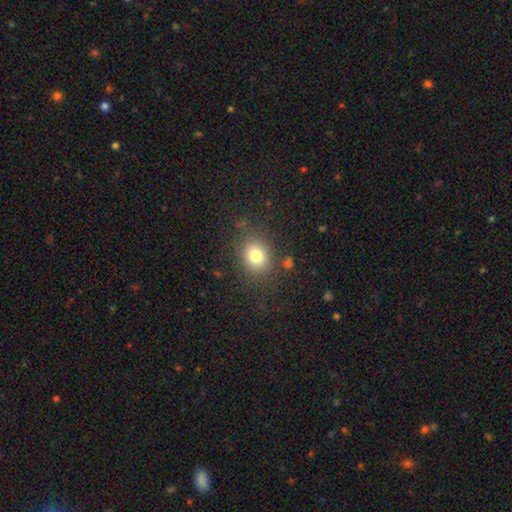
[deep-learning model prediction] smooth-or-featured: smooth: 78% | star or artifact: 13% | featured or disk: 9%
  how-rounded: round: 71% | in between: 28% | cigar-shaped: 1%
  merging: none: 83% | minor disturbance: 10% | major disturbance: 5% | merger: 2%